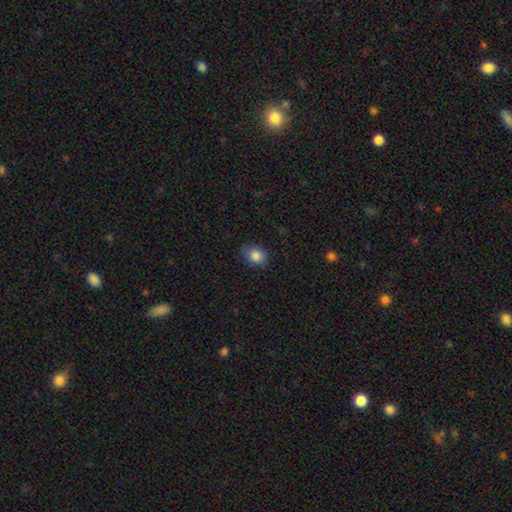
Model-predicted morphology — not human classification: Smooth or featured? Predicted: smooth (p=0.86). How rounded? Predicted: round (p=0.52). Merging? Predicted: none (p=0.81).